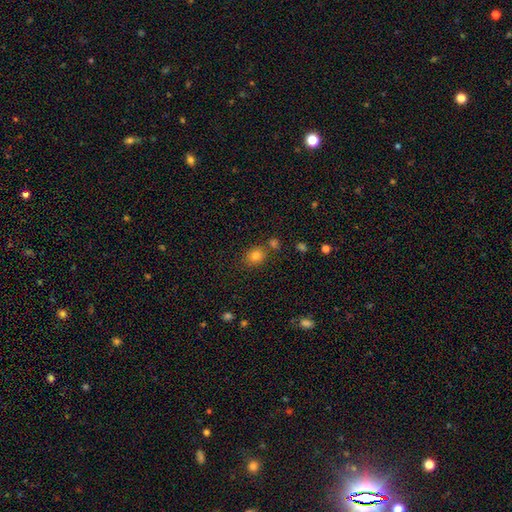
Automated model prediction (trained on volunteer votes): A smooth galaxy with no disk features (80%) that is round (54%).

Vote fractions:
- Smooth or featured? smooth: 80% / star or artifact: 13% / featured or disk: 7%
- How rounded? round: 54% / in between: 45% / cigar-shaped: 1%
- Merging? none: 72% / merger: 13% / minor disturbance: 11% / major disturbance: 4%